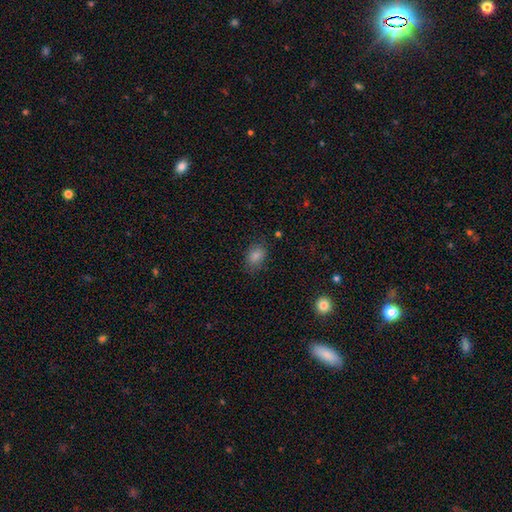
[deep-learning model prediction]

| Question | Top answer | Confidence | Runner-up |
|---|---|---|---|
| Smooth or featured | smooth | 81% | star or artifact (13%) |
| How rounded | in between | 73% | round (25%) |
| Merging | none | 80% | minor disturbance (15%) |